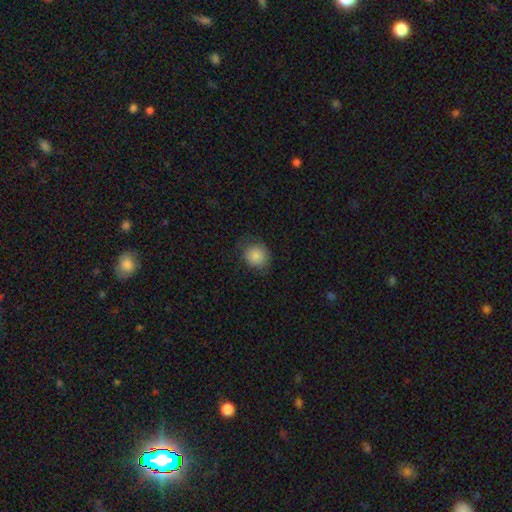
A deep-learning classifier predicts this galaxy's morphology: A smooth galaxy with no disk features (85%) that is round (80%).

Vote fractions:
- Smooth or featured? smooth: 85% / star or artifact: 9% / featured or disk: 6%
- How rounded? round: 80% / in between: 19% / cigar-shaped: 1%
- Merging? none: 73% / minor disturbance: 19% / major disturbance: 6% / merger: 1%